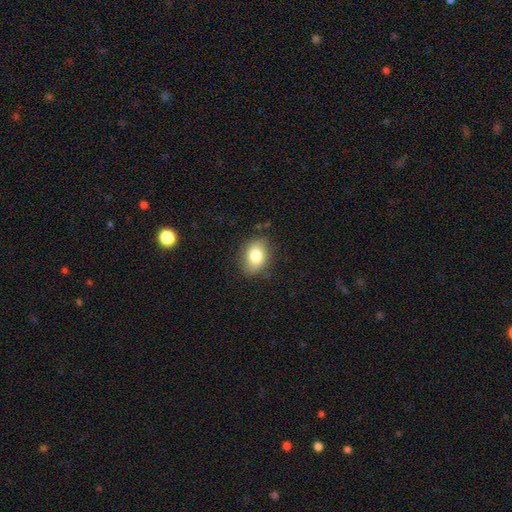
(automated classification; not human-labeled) Smooth or featured? smooth (80%)
How rounded? in between (77%)
Merging? none (81%)